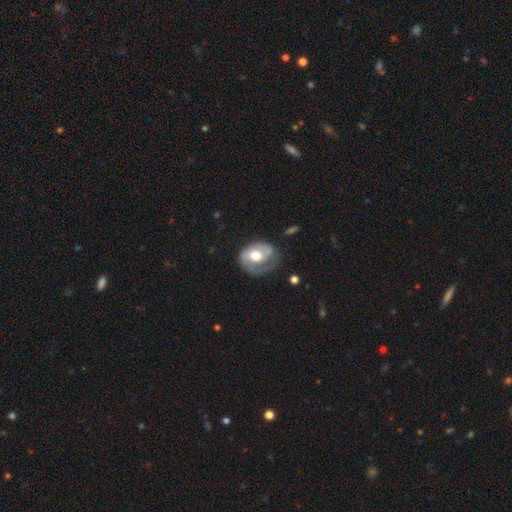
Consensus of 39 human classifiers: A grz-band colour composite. It shows a featured or disk galaxy (74%) with no bar (72%), 2 (45%) medium (45%) spiral arms (76%) and a moderate central bulge (62%). Merging: none (53%).